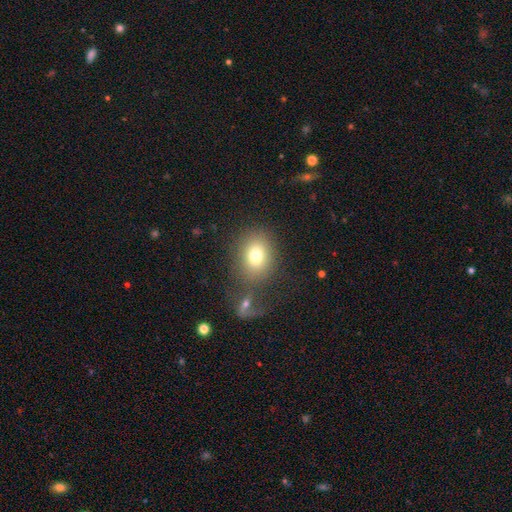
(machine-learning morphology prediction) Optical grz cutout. It shows a smooth galaxy with no disk features (76%) that is in between round and cigar-shaped (50%). Merging: none (67%).